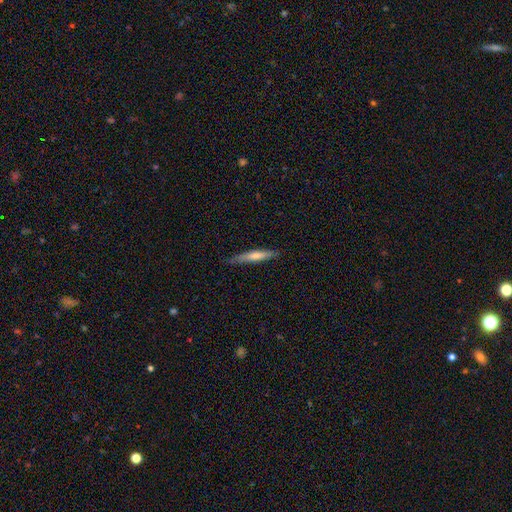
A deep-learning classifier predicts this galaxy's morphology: Smooth or featured?
  - smooth: 57% *
  - featured or disk: 37%
  - star or artifact: 6%
How rounded?
  - cigar-shaped: 92% *
  - in between: 7%
  - round: 1%
Merging?
  - none: 83% *
  - minor disturbance: 14%
  - major disturbance: 2%
  - merger: 1%